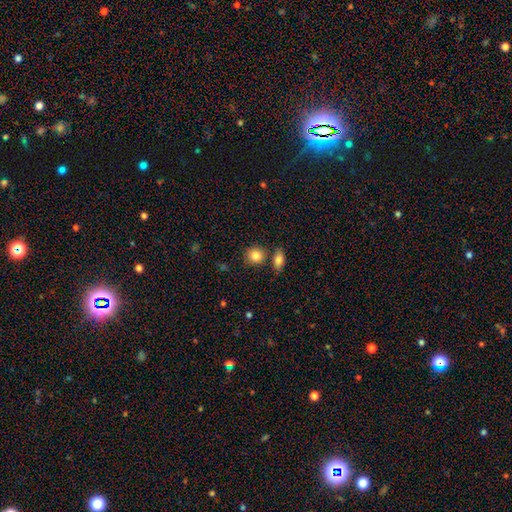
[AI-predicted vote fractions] Smooth or featured? Predicted: smooth (p=0.85). How rounded? Predicted: round (p=0.80). Merging? Predicted: none (p=0.74).